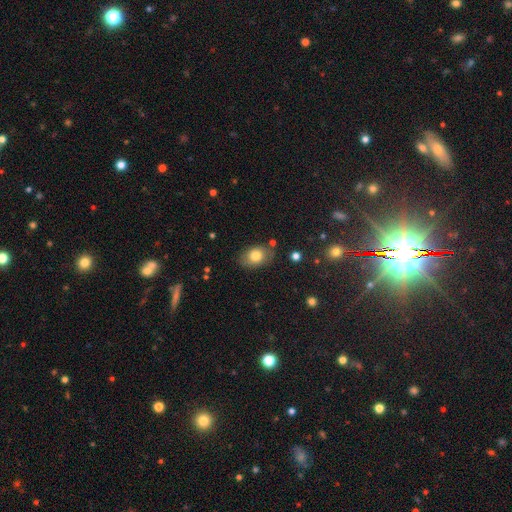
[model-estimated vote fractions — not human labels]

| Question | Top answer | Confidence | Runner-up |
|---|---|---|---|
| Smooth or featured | smooth | 77% | featured or disk (14%) |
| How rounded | in between | 77% | round (22%) |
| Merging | none | 79% | minor disturbance (15%) |